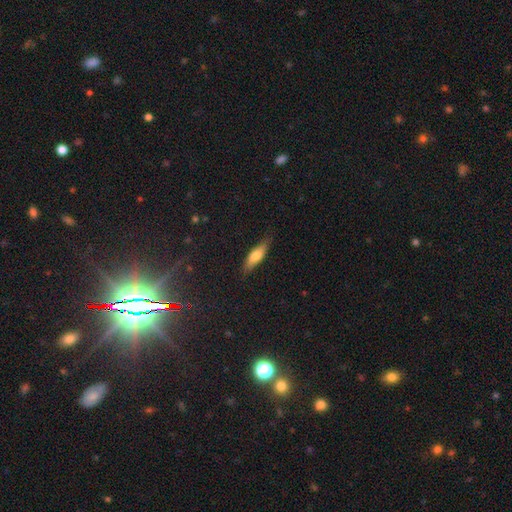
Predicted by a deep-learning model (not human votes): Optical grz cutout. It shows a smooth galaxy with no disk features (66%) that is cigar-shaped (55%). Merging: none (80%).